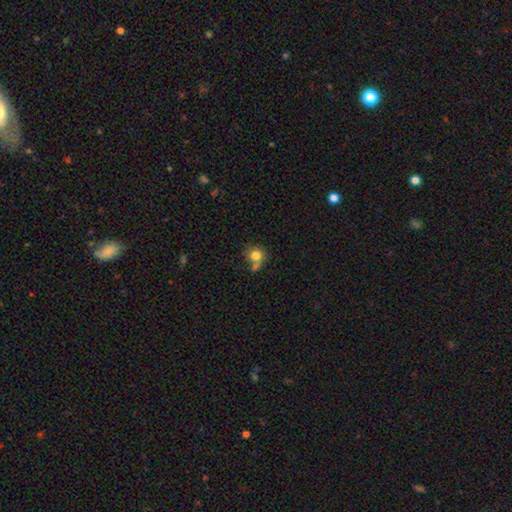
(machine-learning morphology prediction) Overall: smooth (80%). How rounded: round (82%). Merging: none (46%; merger 25%).